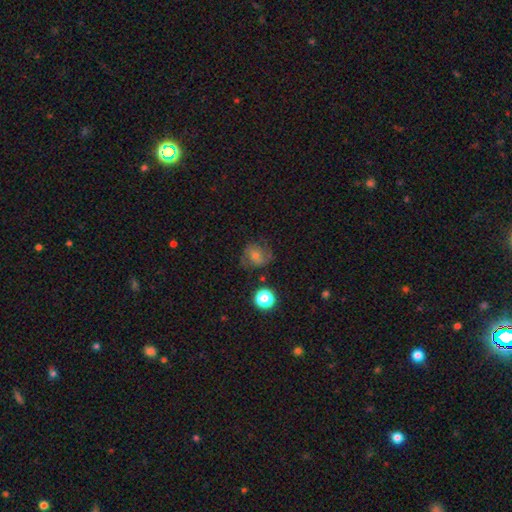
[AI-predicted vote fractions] Smooth or featured: featured or disk — 56% (smooth — 29%)
Edge-on disk: no — 97% (yes — 3%)
Bar: no — 55% (weak — 35%)
Spiral arms: yes — 89% (no — 11%)
Bulge size: small — 51% (moderate — 40%)
Merging: none — 74% (minor disturbance — 17%)